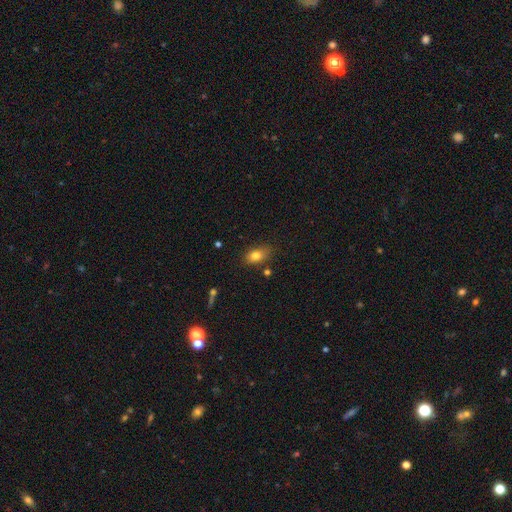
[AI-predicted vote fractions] smooth 79%, featured or disk 10%, star or artifact 10%. Down the decision tree: how rounded — in between (82%); merging — none (78%).